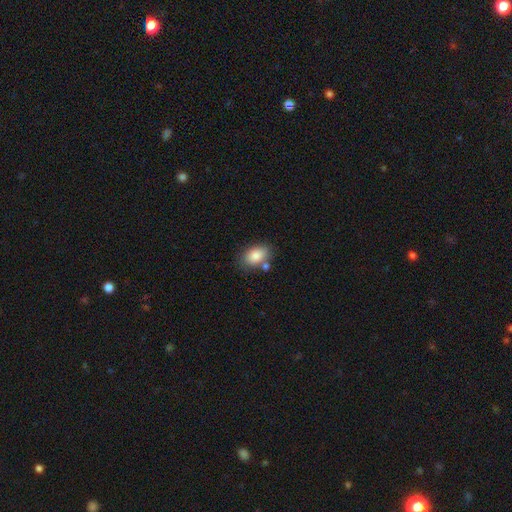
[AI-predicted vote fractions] The model was most divided on "merging": none: 70%, minor disturbance: 15%, merger: 11%, major disturbance: 4%. More confident: how rounded — in between (87%); smooth or featured — smooth (85%).